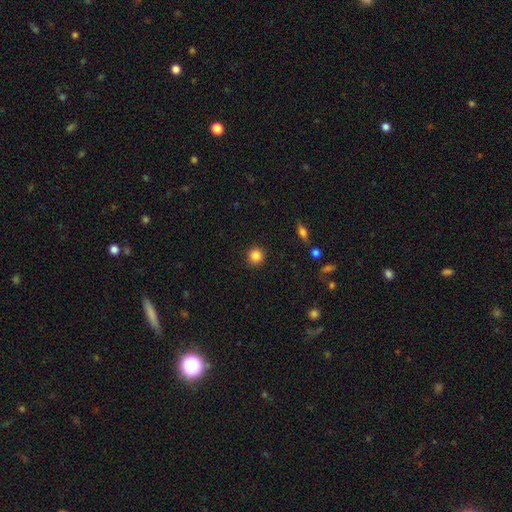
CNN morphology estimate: Smooth or featured?
  - smooth: 84% *
  - star or artifact: 11%
  - featured or disk: 5%
How rounded?
  - round: 93% *
  - in between: 6%
  - cigar-shaped: 1%
Merging?
  - none: 91% *
  - minor disturbance: 6%
  - major disturbance: 2%
  - merger: 1%